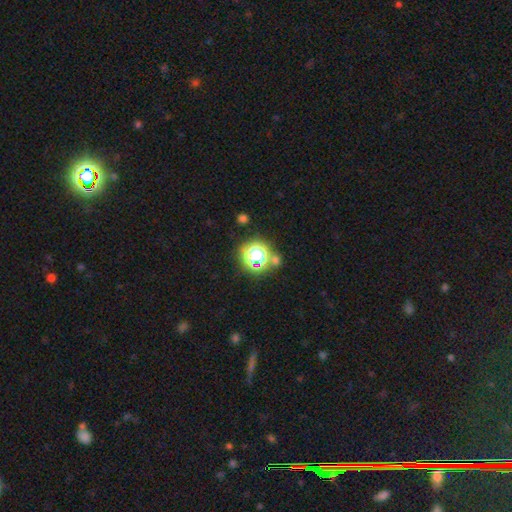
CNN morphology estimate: Overall: star or artifact (54%; smooth 35%).